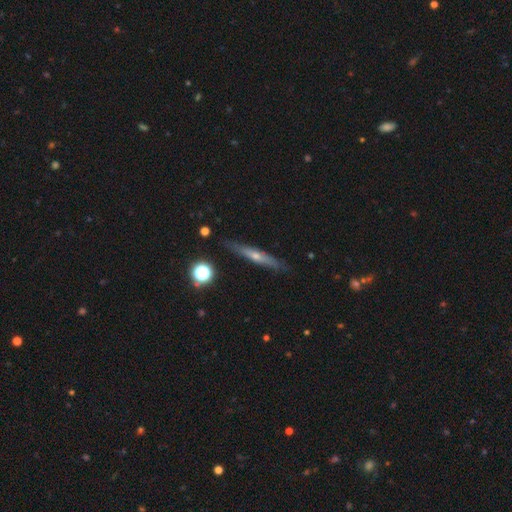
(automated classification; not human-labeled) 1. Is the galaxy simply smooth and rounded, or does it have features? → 60% featured or disk, 32% smooth, 8% star or artifact.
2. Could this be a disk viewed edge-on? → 92% yes, 8% no.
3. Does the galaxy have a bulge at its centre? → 69% rounded, 28% none, 3% boxy.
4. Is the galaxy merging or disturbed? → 86% none, 10% minor disturbance, 2% major disturbance, 2% merger.